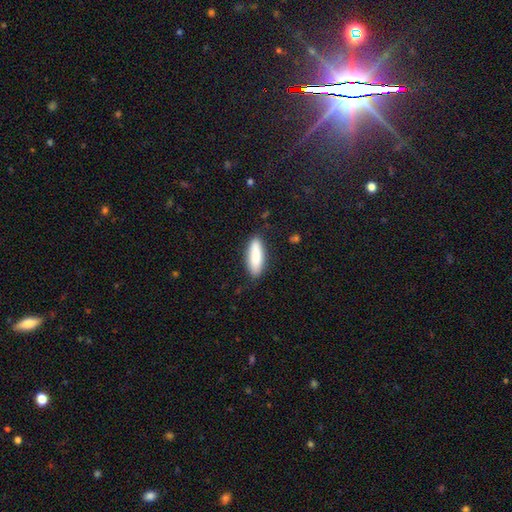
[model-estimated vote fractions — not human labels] Smooth or featured? smooth (85%)
How rounded? in between (52%)
Merging? none (84%)